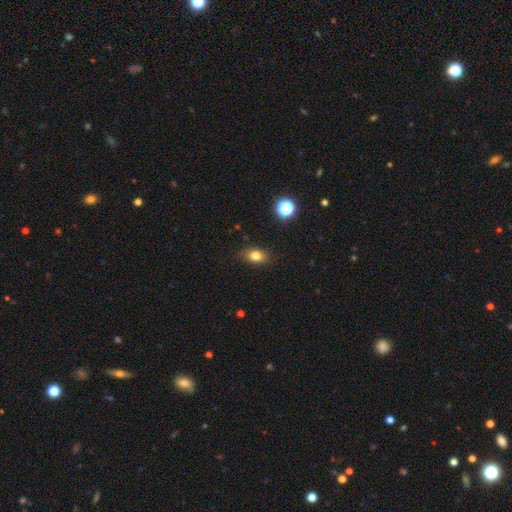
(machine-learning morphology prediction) smooth_or_featured: smooth (p=0.80) [alt: star or artifact p=0.12]
how_rounded: in between (p=0.77) [alt: round p=0.21]
merging: none (p=0.86) [alt: minor disturbance p=0.11]